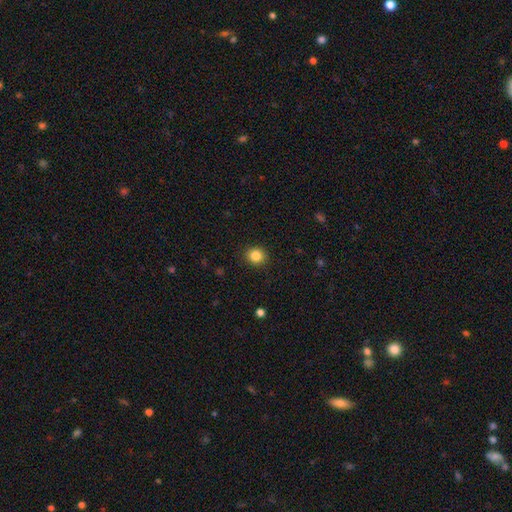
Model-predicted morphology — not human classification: The model was most divided on "how rounded": round: 84%, in between: 15%, cigar-shaped: 1%. More confident: merging — none (90%); smooth or featured — smooth (85%).